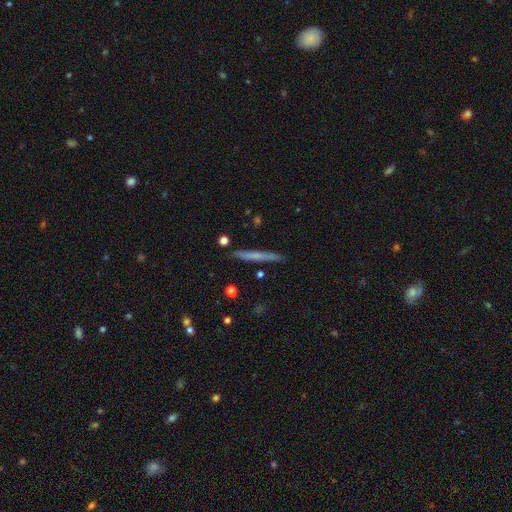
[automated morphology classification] This is possibly a smooth galaxy (53%). How rounded: clearly cigar-shaped (96%). Merging: clearly none (89%).